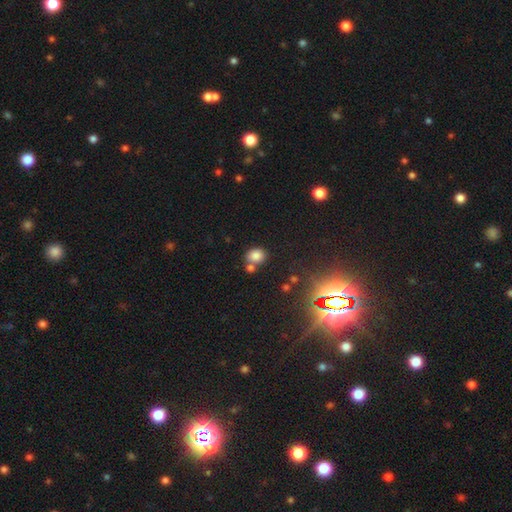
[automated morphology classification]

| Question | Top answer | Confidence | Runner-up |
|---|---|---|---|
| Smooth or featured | smooth | 81% | star or artifact (13%) |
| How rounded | round | 53% | in between (46%) |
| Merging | none | 56% | merger (27%) |